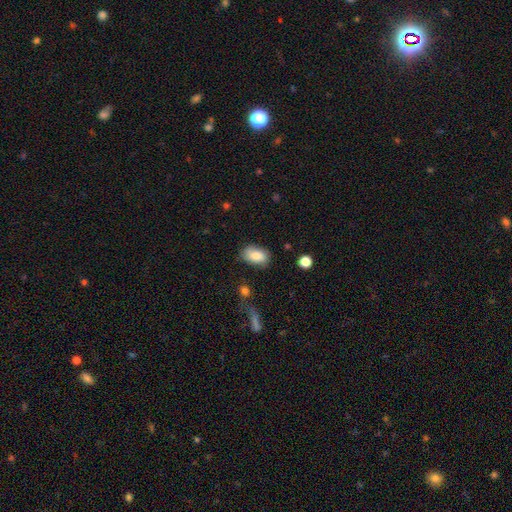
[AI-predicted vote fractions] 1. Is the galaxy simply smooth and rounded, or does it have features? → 83% smooth, 9% featured or disk, 7% star or artifact.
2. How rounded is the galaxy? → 91% in between, 7% round, 2% cigar-shaped.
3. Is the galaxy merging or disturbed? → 77% none, 17% minor disturbance, 4% major disturbance, 3% merger.